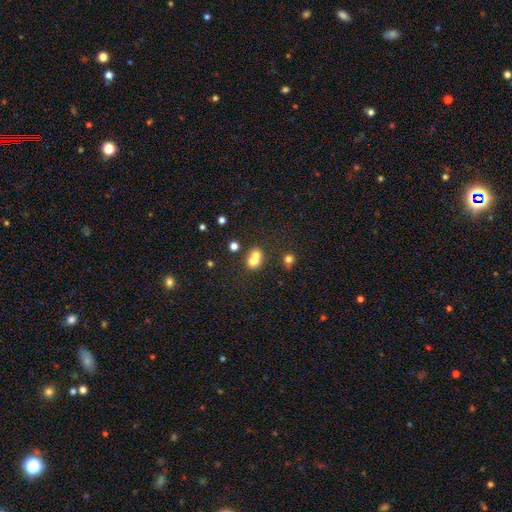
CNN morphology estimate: smooth 67%, featured or disk 19%, star or artifact 15%. Down the decision tree: how rounded — round (68%); merging — merger (61%).